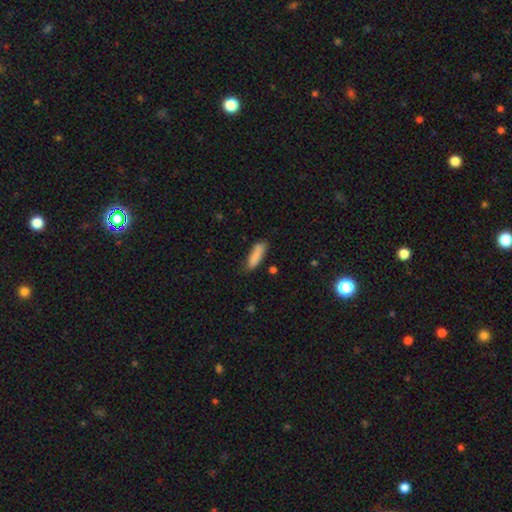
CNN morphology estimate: Overall: smooth (87%). How rounded: cigar-shaped (56%; in between 42%). Merging: none (74%).